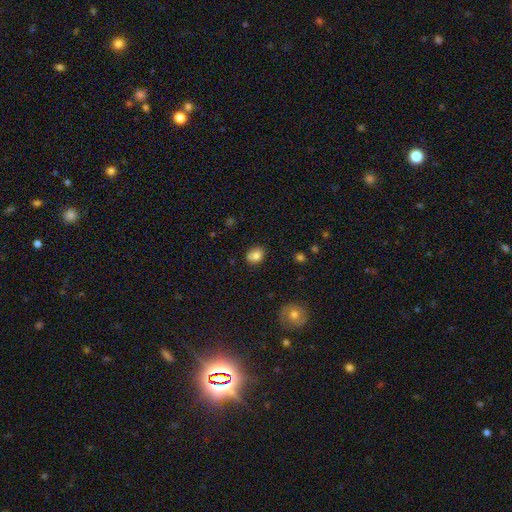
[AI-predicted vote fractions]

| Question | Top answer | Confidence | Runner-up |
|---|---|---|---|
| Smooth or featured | smooth | 79% | featured or disk (11%) |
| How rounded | round | 56% | in between (43%) |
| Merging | none | 72% | minor disturbance (18%) |